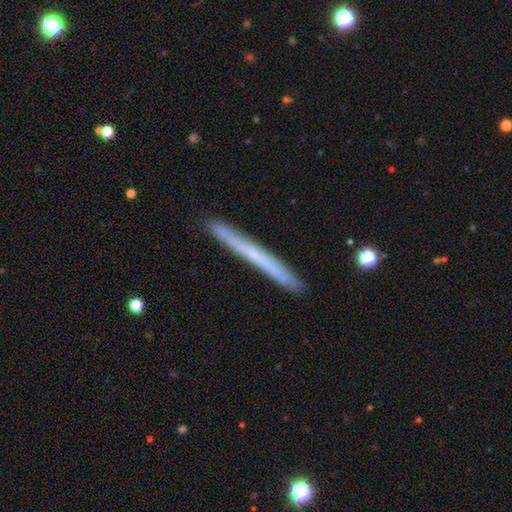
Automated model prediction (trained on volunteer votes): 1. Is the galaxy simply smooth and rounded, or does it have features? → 49% featured or disk, 44% smooth, 7% star or artifact.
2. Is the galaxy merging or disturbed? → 90% none, 7% minor disturbance, 1% major disturbance, 1% merger.